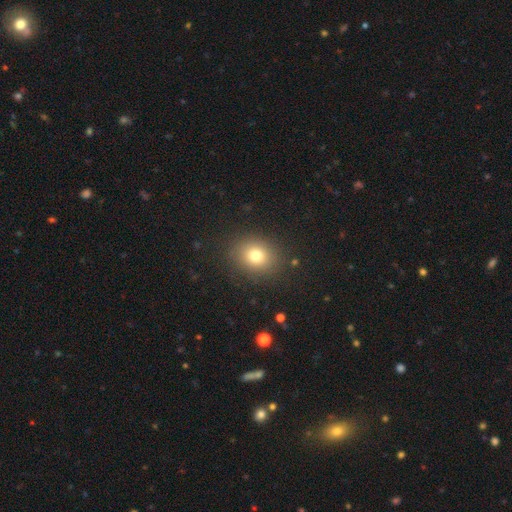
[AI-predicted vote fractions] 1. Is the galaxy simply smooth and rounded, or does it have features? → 77% smooth, 14% star or artifact, 9% featured or disk.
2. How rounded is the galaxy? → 67% round, 32% in between, 1% cigar-shaped.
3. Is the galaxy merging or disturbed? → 87% none, 8% minor disturbance, 3% major disturbance, 1% merger.